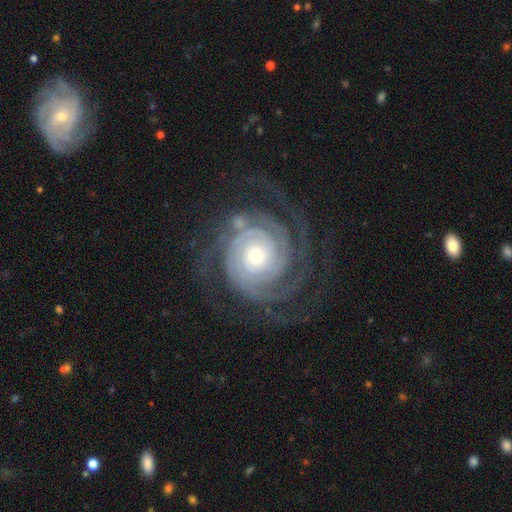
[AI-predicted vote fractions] Q: Smooth or featured?
A: featured or disk (91%); runner-up: star or artifact (5%)
Q: Edge-on disk?
A: no (98%); runner-up: yes (2%)
Q: Bar?
A: no (76%); runner-up: weak (16%)
Q: Spiral arms?
A: yes (98%); runner-up: no (2%)
Q: Spiral winding?
A: tight (79%); runner-up: medium (17%)
Q: Spiral arm count?
A: 2 (39%); runner-up: 3 (23%)
Q: Bulge size?
A: small (48%); runner-up: moderate (43%)
Q: Merging?
A: none (72%); runner-up: minor disturbance (14%)